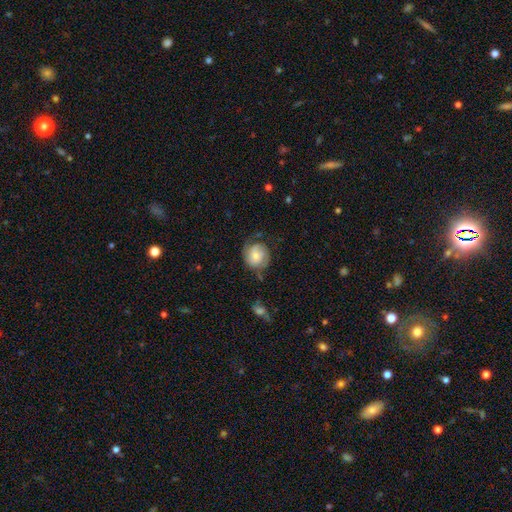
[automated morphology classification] A smooth galaxy with no disk features (52%) that is round (77%).

Vote fractions:
- Smooth or featured? smooth: 52% / featured or disk: 41% / star or artifact: 8%
- How rounded? round: 77% / in between: 22% / cigar-shaped: 1%
- Merging? none: 56% / minor disturbance: 27% / major disturbance: 15% / merger: 3%